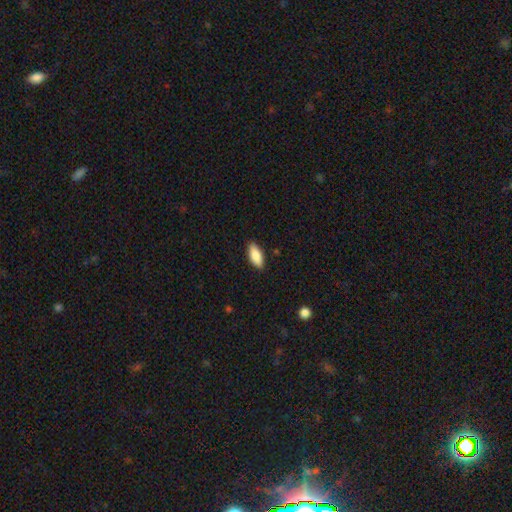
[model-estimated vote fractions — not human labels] A smooth galaxy with no disk features (87%) that is in between round and cigar-shaped (84%).

Vote fractions:
- Smooth or featured? smooth: 87% / featured or disk: 7% / star or artifact: 6%
- How rounded? in between: 84% / cigar-shaped: 14% / round: 2%
- Merging? none: 88% / minor disturbance: 10% / major disturbance: 2% / merger: 1%